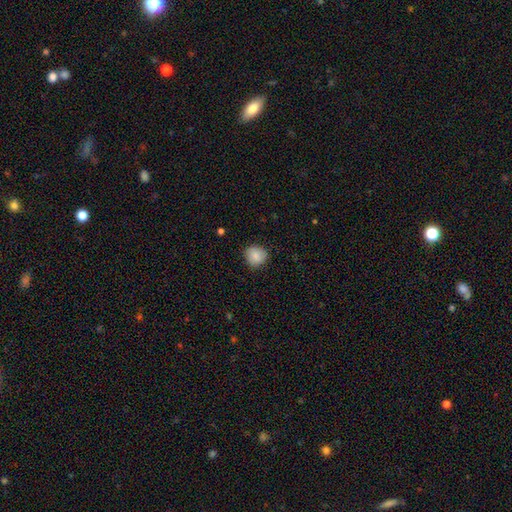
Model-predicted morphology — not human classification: smooth_or_featured: smooth (p=0.85) [alt: star or artifact p=0.08]
how_rounded: round (p=0.86) [alt: in between p=0.13]
merging: none (p=0.83) [alt: minor disturbance p=0.13]